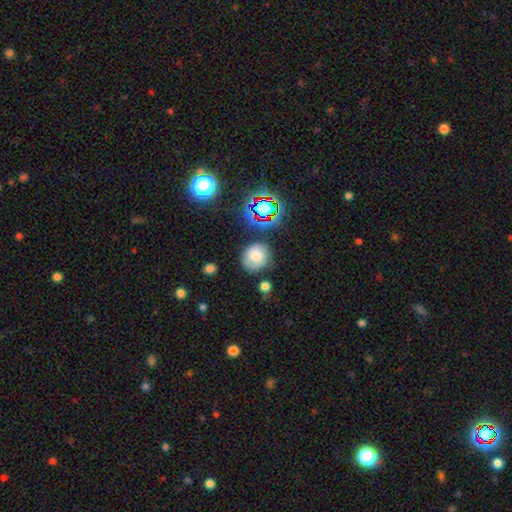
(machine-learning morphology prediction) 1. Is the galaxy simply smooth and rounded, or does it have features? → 72% smooth, 14% featured or disk, 14% star or artifact.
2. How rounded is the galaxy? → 85% round, 14% in between, 1% cigar-shaped.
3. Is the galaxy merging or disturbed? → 74% none, 16% minor disturbance, 5% major disturbance, 4% merger.